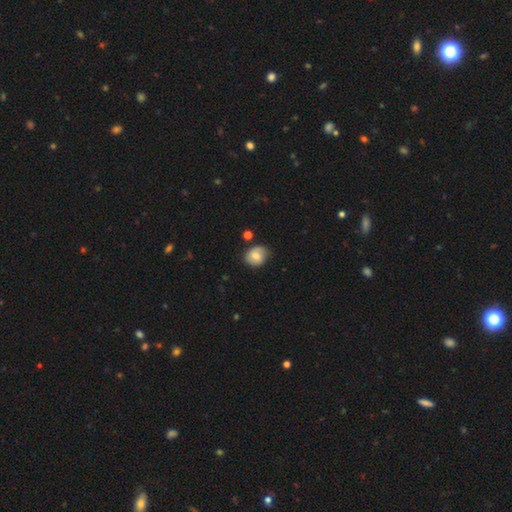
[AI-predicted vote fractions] Smooth or featured?
  - smooth: 62% *
  - featured or disk: 29%
  - star or artifact: 8%
How rounded?
  - round: 63% *
  - in between: 36%
  - cigar-shaped: 1%
Merging?
  - none: 71% *
  - minor disturbance: 22%
  - major disturbance: 4%
  - merger: 3%